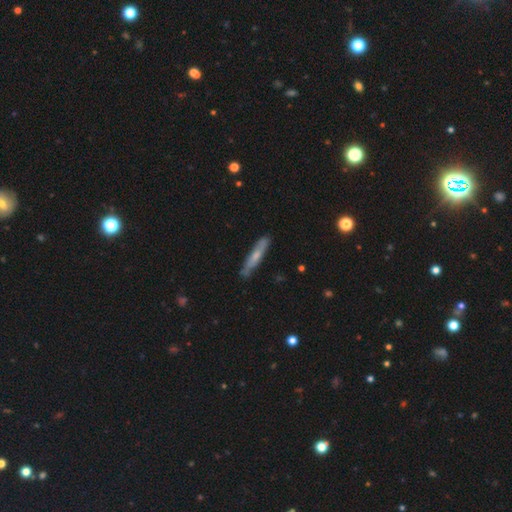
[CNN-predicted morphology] smooth 51%, featured or disk 43%, star or artifact 6%. Down the decision tree: how rounded — cigar-shaped (90%); merging — none (79%).